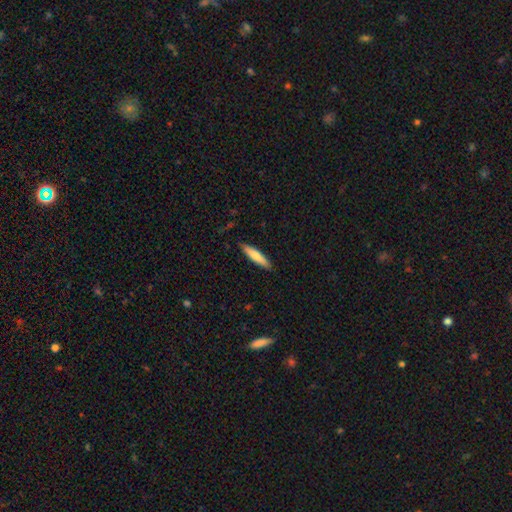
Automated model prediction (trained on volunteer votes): A smooth galaxy with no disk features (73%) that is cigar-shaped (83%).

Vote fractions:
- Smooth or featured? smooth: 73% / featured or disk: 21% / star or artifact: 5%
- How rounded? cigar-shaped: 83% / in between: 16% / round: 1%
- Merging? none: 88% / minor disturbance: 9% / major disturbance: 2% / merger: 1%